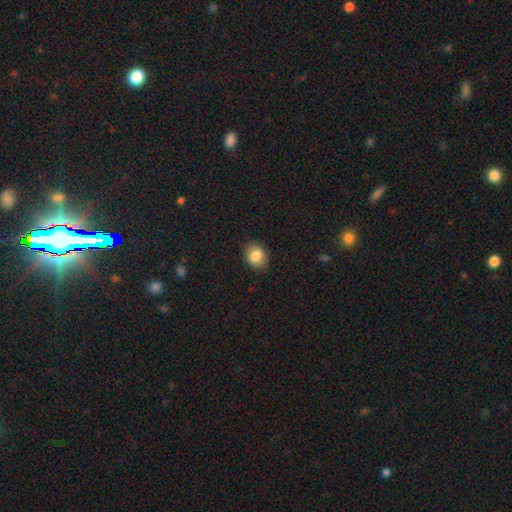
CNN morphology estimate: A smooth galaxy with no disk features (85%) that is in between round and cigar-shaped (52%). Merging: none (86%).